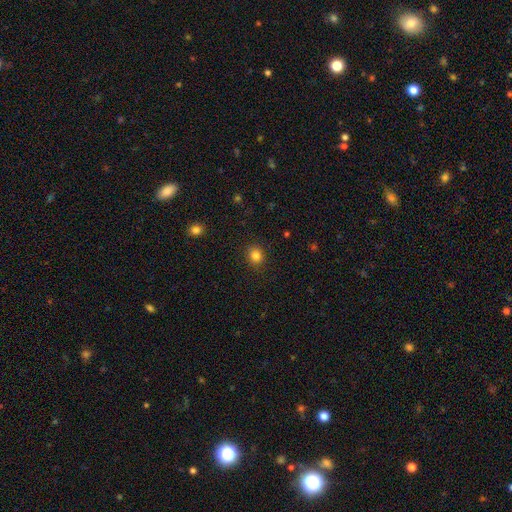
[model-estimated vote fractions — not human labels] This is clearly a smooth galaxy (82%). How rounded: clearly round (81%). Merging: clearly none (90%).